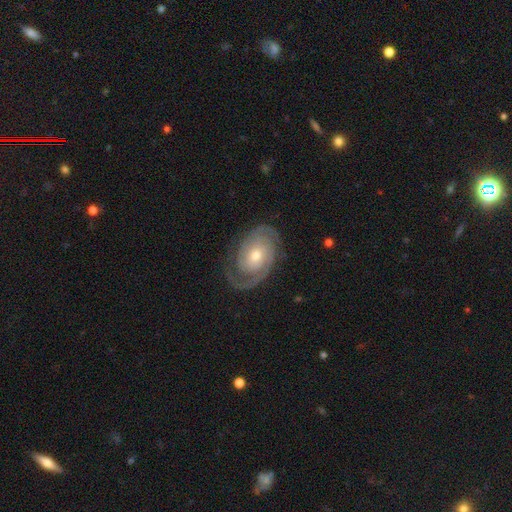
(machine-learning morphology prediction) A featured or disk galaxy (89%) with no bar (72%), 2 (73%) tight (71%) spiral arms (97%) and a moderate central bulge (61%). Merging: none (80%).